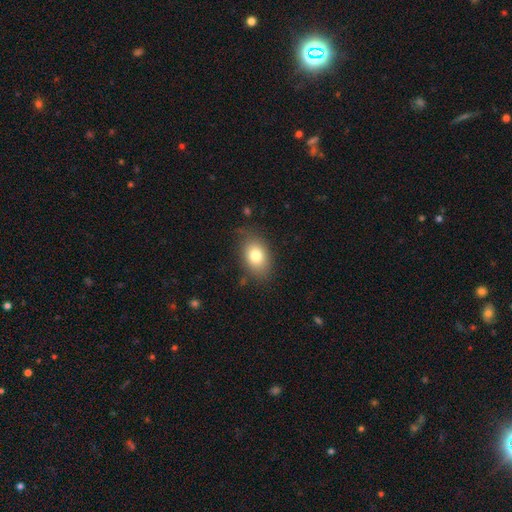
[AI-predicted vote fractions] smooth-or-featured: smooth: 79% | featured or disk: 12% | star or artifact: 9%
  how-rounded: in between: 80% | round: 19% | cigar-shaped: 1%
  merging: none: 76% | minor disturbance: 17% | major disturbance: 5% | merger: 2%